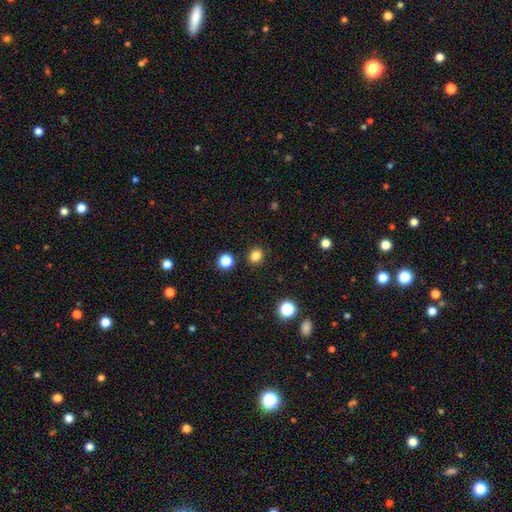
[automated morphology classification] Smooth or featured? Predicted: smooth (p=0.82). How rounded? Predicted: round (p=0.76). Merging? Predicted: none (p=0.89).